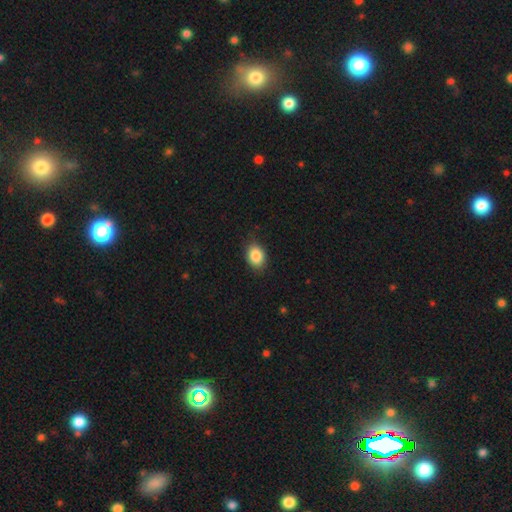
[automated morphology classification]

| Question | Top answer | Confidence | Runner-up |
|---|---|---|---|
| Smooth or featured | smooth | 87% | star or artifact (8%) |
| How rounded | in between | 72% | round (27%) |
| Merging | none | 82% | minor disturbance (14%) |